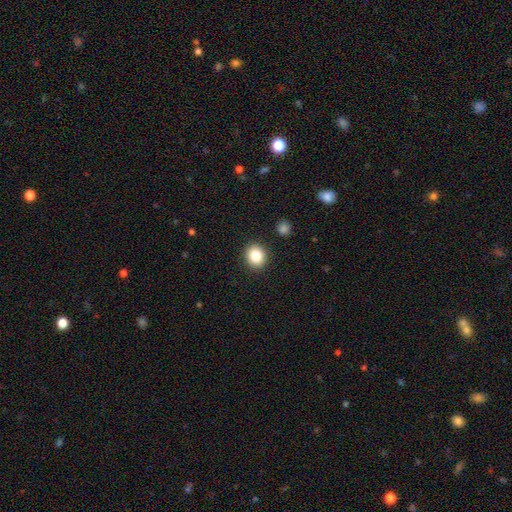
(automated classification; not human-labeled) Overall: smooth (84%). How rounded: round (76%). Merging: none (90%).